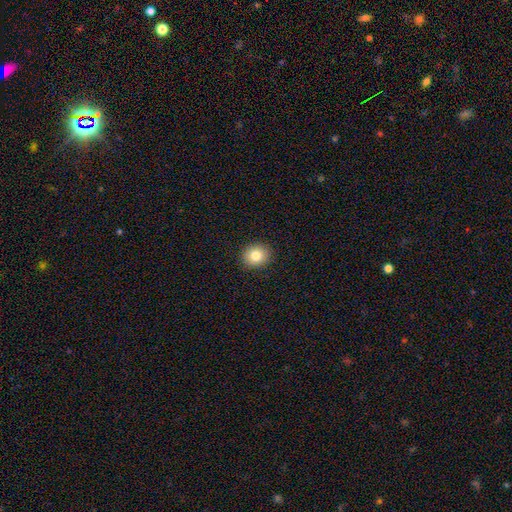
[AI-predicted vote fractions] Q: Smooth or featured?
A: smooth (82%); runner-up: star or artifact (10%)
Q: How rounded?
A: round (69%); runner-up: in between (30%)
Q: Merging?
A: none (91%); runner-up: minor disturbance (6%)